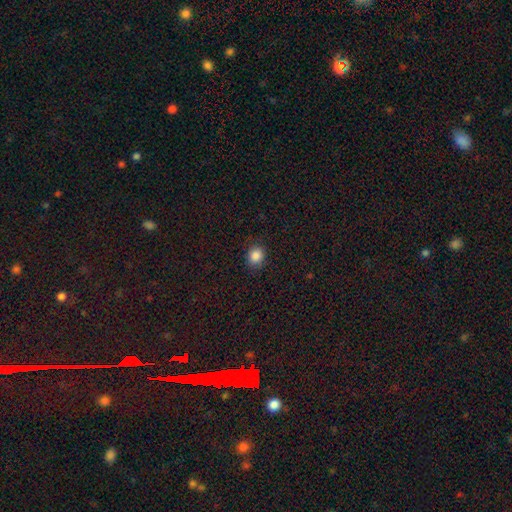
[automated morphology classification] Smooth or featured? Predicted: smooth (p=0.86). How rounded? Predicted: round (p=0.71). Merging? Predicted: none (p=0.87).